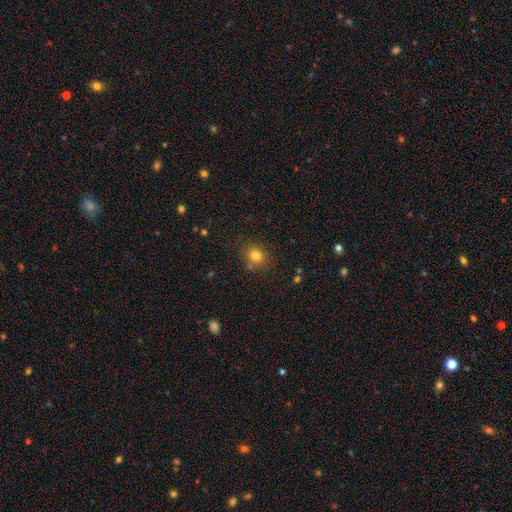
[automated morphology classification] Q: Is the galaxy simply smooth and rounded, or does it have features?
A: smooth — 78%.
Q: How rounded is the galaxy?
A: round — 73%.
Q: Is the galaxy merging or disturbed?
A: none — 77%.